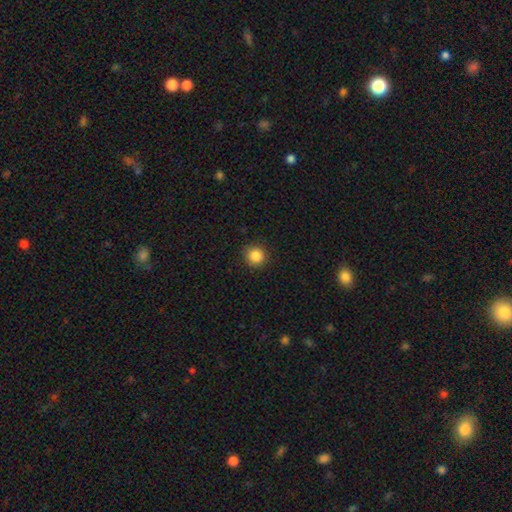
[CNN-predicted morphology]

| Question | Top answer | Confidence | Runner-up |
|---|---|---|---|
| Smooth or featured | smooth | 86% | star or artifact (10%) |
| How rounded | round | 92% | in between (7%) |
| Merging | none | 90% | minor disturbance (6%) |